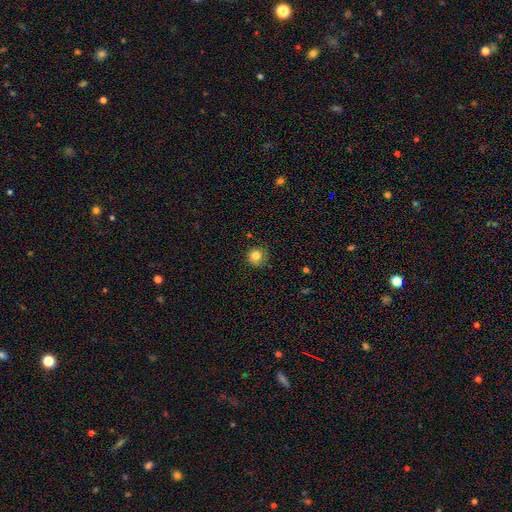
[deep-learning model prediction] The model was most divided on "merging": none: 82%, minor disturbance: 14%, major disturbance: 3%, merger: 2%. More confident: how rounded — round (93%); smooth or featured — smooth (82%).